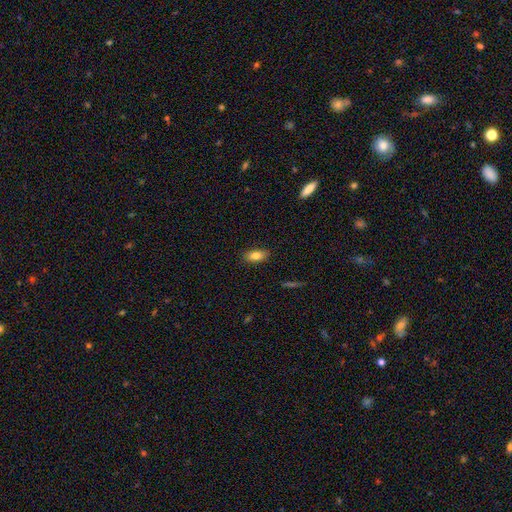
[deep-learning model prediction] Smooth or featured?
  - smooth: 82% *
  - featured or disk: 10%
  - star or artifact: 8%
How rounded?
  - in between: 87% *
  - cigar-shaped: 9%
  - round: 5%
Merging?
  - none: 87% *
  - minor disturbance: 10%
  - major disturbance: 2%
  - merger: 1%